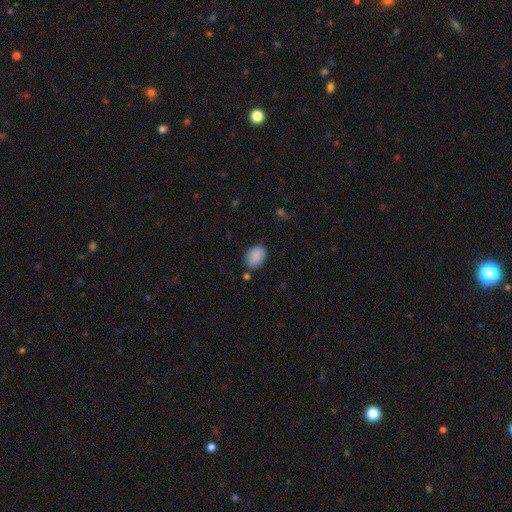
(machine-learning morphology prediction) This is clearly a smooth galaxy (89%). How rounded: likely in between (80%). Merging: likely none (79%).